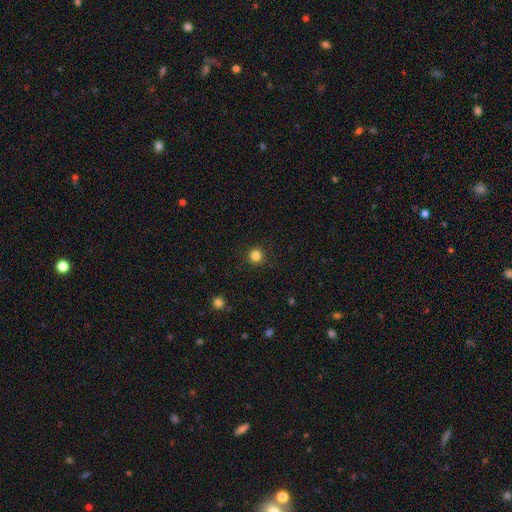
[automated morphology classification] A smooth galaxy with no disk features (83%) that is round (95%).

Vote fractions:
- Smooth or featured? smooth: 83% / star or artifact: 13% / featured or disk: 4%
- How rounded? round: 95% / in between: 4% / cigar-shaped: 1%
- Merging? none: 92% / minor disturbance: 5% / major disturbance: 2% / merger: 1%